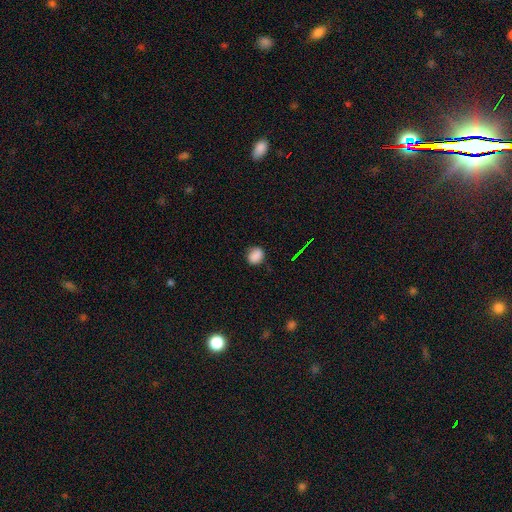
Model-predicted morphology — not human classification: Q: Smooth or featured?
A: smooth (85%); runner-up: star or artifact (11%)
Q: How rounded?
A: round (67%); runner-up: in between (31%)
Q: Merging?
A: none (83%); runner-up: minor disturbance (13%)